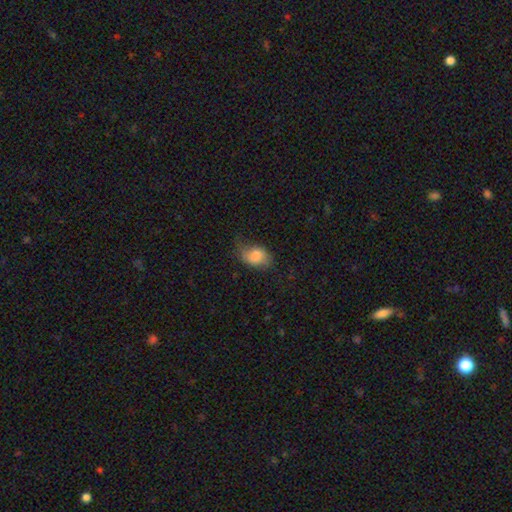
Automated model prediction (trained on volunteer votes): This appears to be a smooth galaxy with no disk features (76%) that is in between round and cigar-shaped (82%). Merging: none (47%).